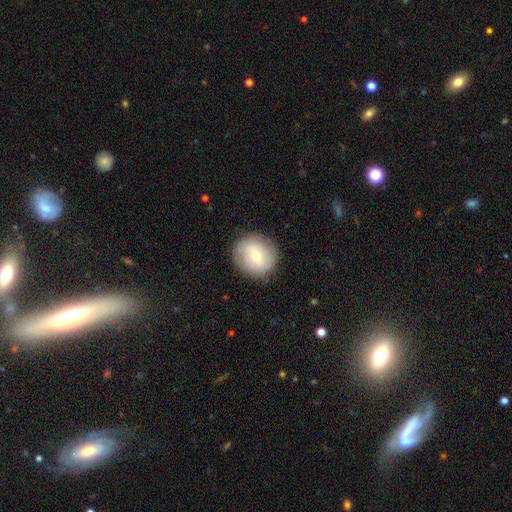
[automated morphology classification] type=smooth (55%); roundness=round (87%); merging=none (87%).